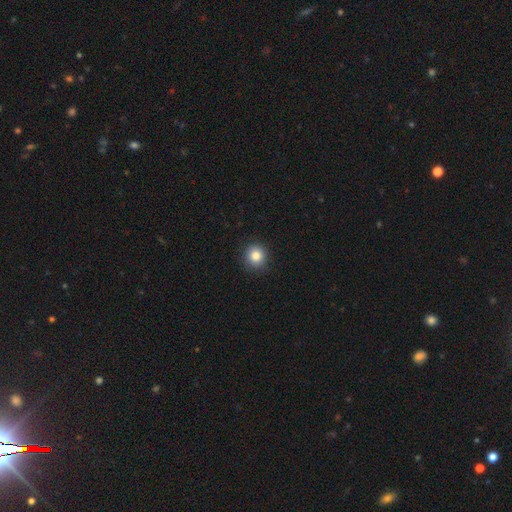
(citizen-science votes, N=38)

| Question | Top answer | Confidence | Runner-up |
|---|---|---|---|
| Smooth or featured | smooth | 92% | star or artifact (8%) |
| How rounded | round | 94% | in between (6%) |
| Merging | none | 89% | minor disturbance (11%) |